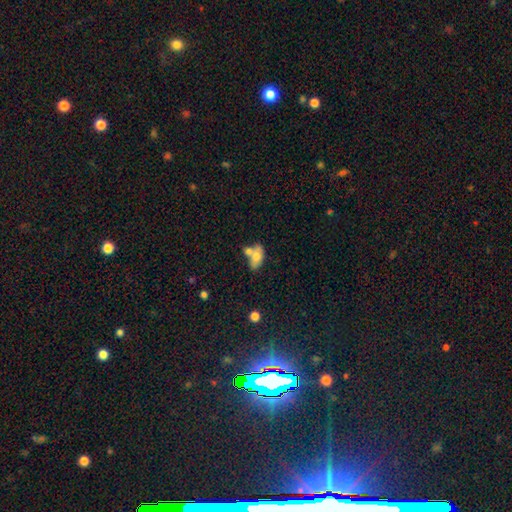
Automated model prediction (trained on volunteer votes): smooth 69%, featured or disk 23%, star or artifact 7%. Down the decision tree: how rounded — in between (88%); merging — merger (42%).